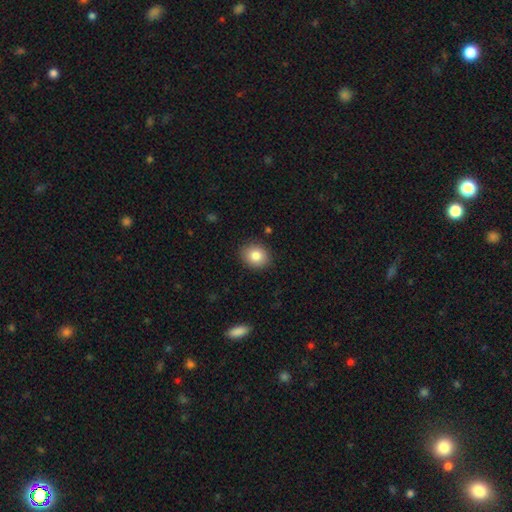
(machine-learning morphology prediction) A smooth galaxy with no disk features (84%) that is round (62%). Merging: none (89%).